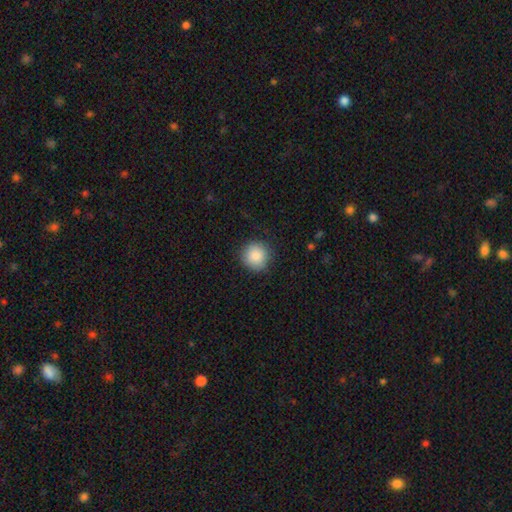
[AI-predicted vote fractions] smooth_or_featured: smooth (p=0.88) [alt: star or artifact p=0.08]
how_rounded: round (p=0.94) [alt: in between p=0.05]
merging: none (p=0.89) [alt: minor disturbance p=0.08]